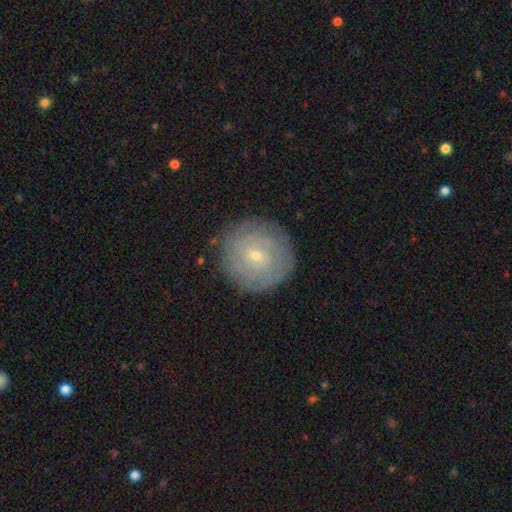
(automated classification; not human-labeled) featured or disk 67%, smooth 25%, star or artifact 8%. Down the decision tree: edge-on disk — no (97%); bar — no (65%); spiral arms — yes (82%); spiral arm count — can't tell (52%); spiral winding — tight (83%); bulge size — small (76%); merging — none (86%).